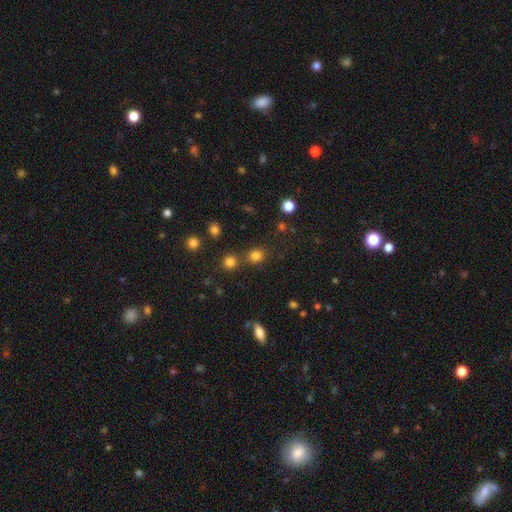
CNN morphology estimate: This is likely a smooth galaxy (79%). How rounded: likely round (72%). Merging: likely none (71%).